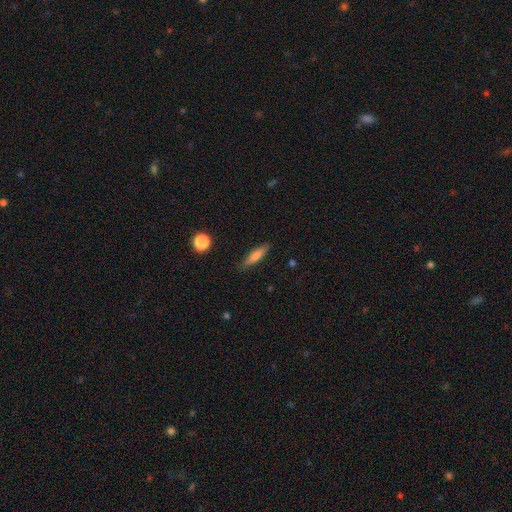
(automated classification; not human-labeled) This appears to be a smooth galaxy with no disk features (70%) that is cigar-shaped (76%). Merging: none (86%).